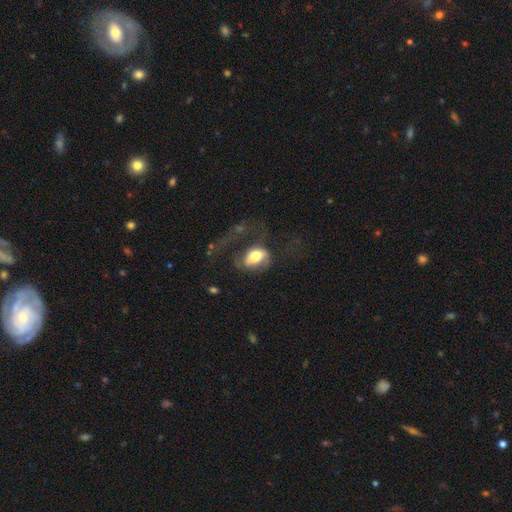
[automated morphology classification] A smooth galaxy with no disk features (60%) that is in between round and cigar-shaped (79%). Merging: major disturbance (54%).